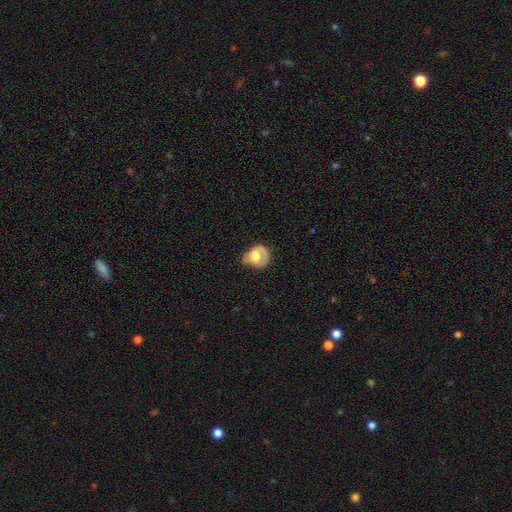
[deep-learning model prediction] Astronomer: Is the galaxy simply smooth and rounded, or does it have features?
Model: smooth — 55% (runner-up: featured or disk, 37%).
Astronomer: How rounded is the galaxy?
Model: round — 57% (runner-up: in between, 42%).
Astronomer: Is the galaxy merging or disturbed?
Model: none — 42% (runner-up: minor disturbance, 33%).